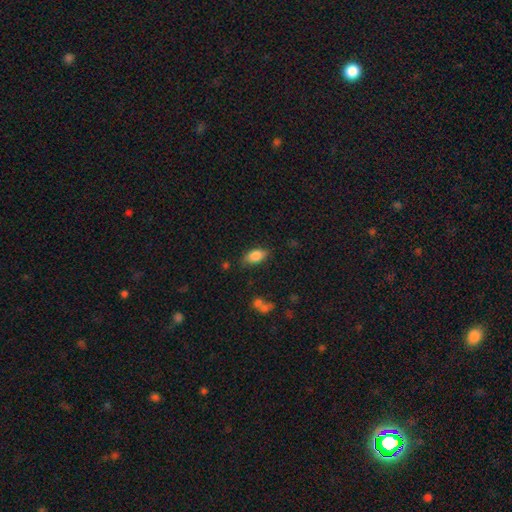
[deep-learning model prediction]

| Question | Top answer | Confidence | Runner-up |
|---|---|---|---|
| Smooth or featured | smooth | 84% | featured or disk (9%) |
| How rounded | in between | 90% | cigar-shaped (6%) |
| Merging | none | 77% | minor disturbance (17%) |